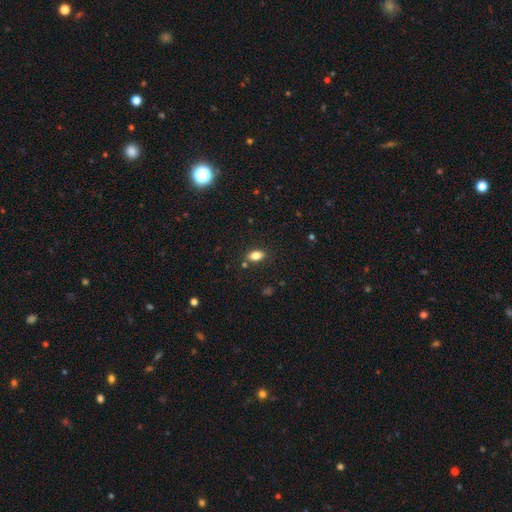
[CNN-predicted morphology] This appears to be a smooth galaxy with no disk features (81%) that is in between round and cigar-shaped (87%). Merging: none (82%).